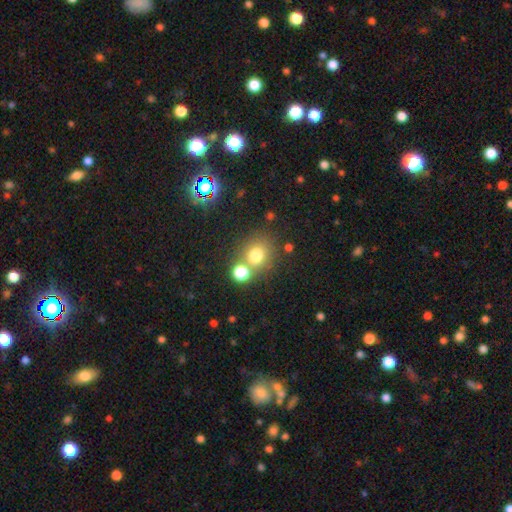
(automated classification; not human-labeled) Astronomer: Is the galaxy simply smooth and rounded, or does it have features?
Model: smooth — 73%.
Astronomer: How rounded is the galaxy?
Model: round — 83%.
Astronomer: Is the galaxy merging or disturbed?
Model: none — 63%.